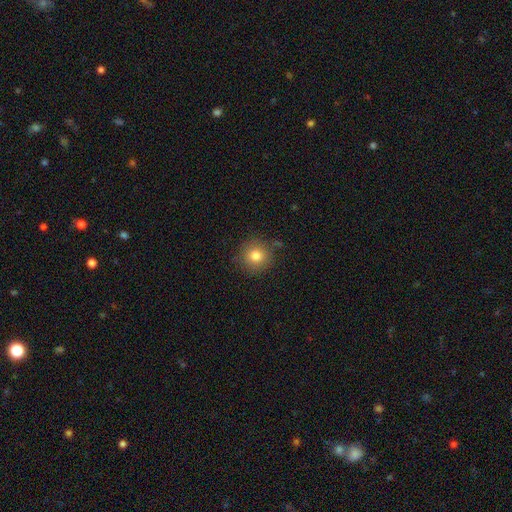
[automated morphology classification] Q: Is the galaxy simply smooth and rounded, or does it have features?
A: smooth — 81%.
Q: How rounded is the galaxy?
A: round — 92%.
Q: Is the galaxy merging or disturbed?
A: none — 85%.